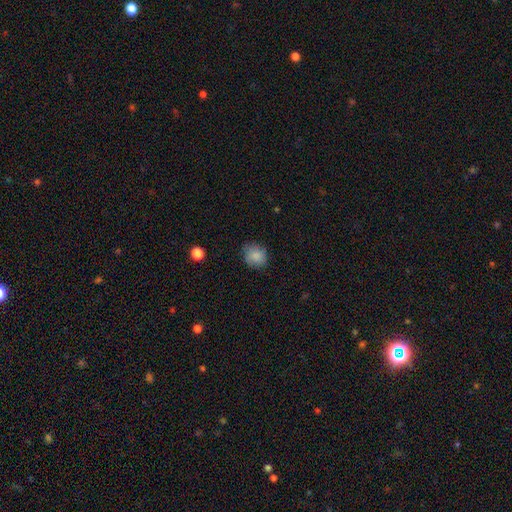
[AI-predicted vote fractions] Overall: smooth (85%). How rounded: round (68%; in between 31%). Merging: none (76%).